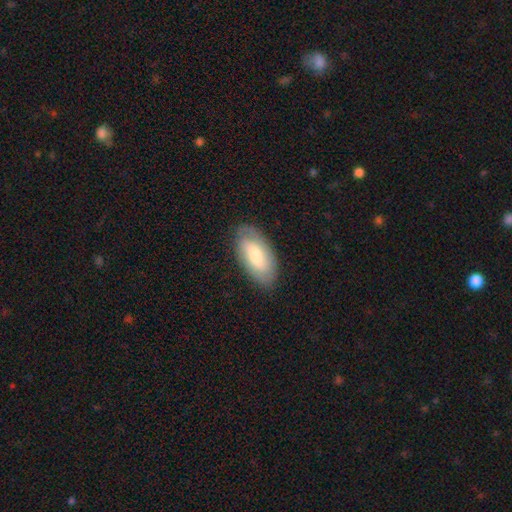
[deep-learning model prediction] The model was most divided on "smooth or featured": smooth: 56%, featured or disk: 37%, star or artifact: 6%. More confident: how rounded — in between (91%); merging — none (83%).